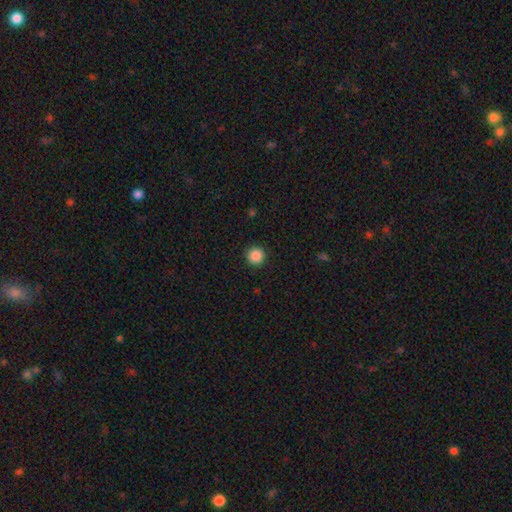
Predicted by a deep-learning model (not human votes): smooth 88%, star or artifact 10%, featured or disk 3%. Down the decision tree: how rounded — round (96%); merging — none (92%).